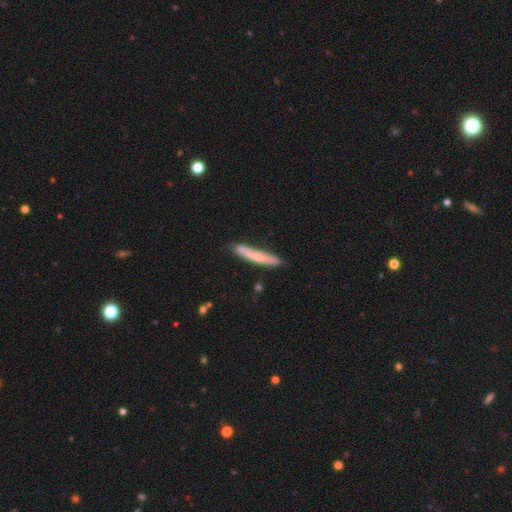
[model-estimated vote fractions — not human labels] A smooth galaxy with no disk features (64%) that is cigar-shaped (94%). Merging: none (76%).